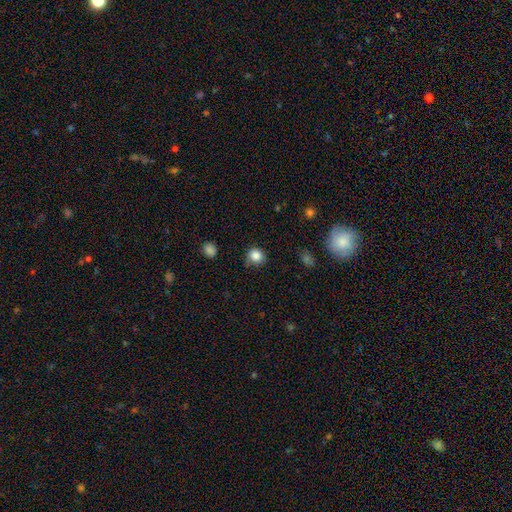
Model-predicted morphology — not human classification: type=smooth (85%); roundness=round (88%); merging=none (76%).